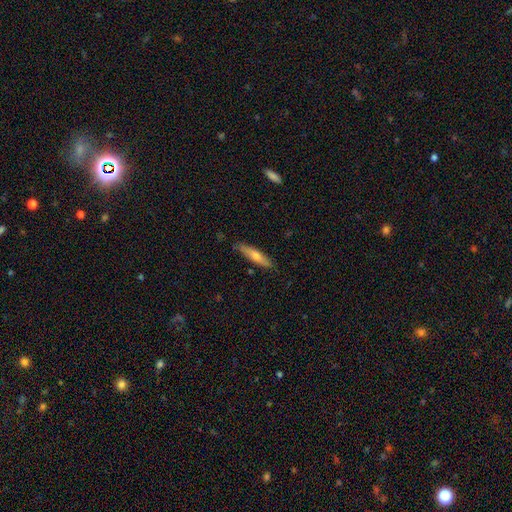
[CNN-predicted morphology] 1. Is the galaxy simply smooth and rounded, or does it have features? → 55% smooth, 39% featured or disk, 6% star or artifact.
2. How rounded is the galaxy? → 86% cigar-shaped, 12% in between, 2% round.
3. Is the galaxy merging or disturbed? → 83% none, 13% minor disturbance, 2% major disturbance, 2% merger.